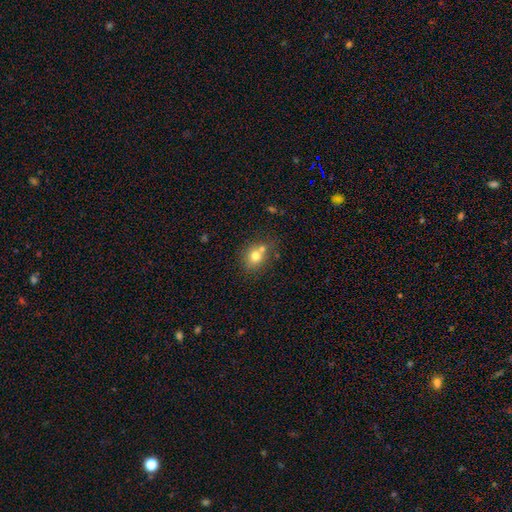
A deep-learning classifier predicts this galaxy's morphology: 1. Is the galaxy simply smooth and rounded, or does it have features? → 74% smooth, 14% featured or disk, 12% star or artifact.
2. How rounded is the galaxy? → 68% round, 31% in between, 1% cigar-shaped.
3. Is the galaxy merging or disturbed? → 51% none, 33% merger, 12% minor disturbance, 4% major disturbance.